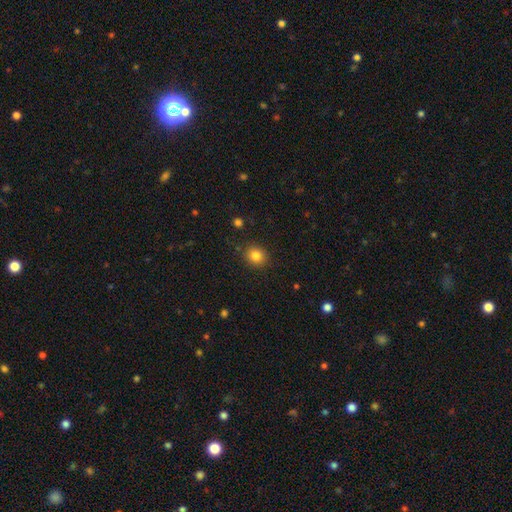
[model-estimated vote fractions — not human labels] The model was most divided on "how rounded": round: 77%, in between: 22%, cigar-shaped: 1%. More confident: merging — none (87%); smooth or featured — smooth (83%).